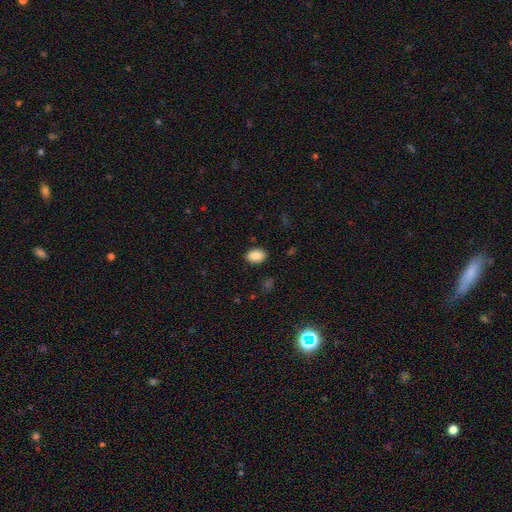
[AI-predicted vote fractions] This appears to be a smooth galaxy with no disk features (87%) that is in between round and cigar-shaped (82%). Merging: none (88%).